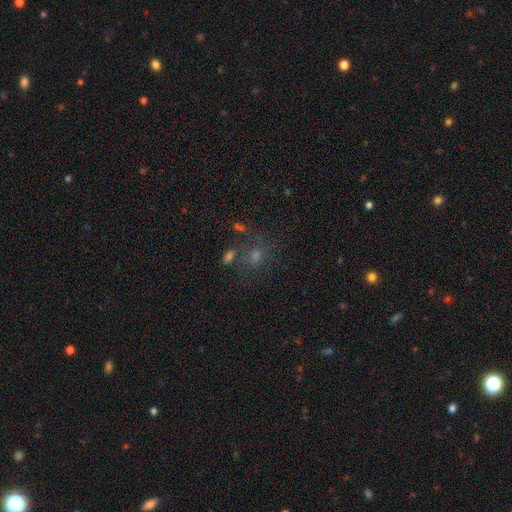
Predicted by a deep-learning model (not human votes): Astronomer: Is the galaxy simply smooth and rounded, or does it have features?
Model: smooth — 44% (runner-up: star or artifact, 39%).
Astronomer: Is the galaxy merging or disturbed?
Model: none — 63%.